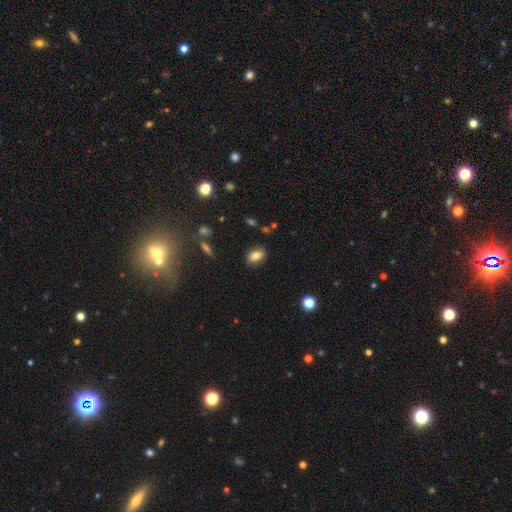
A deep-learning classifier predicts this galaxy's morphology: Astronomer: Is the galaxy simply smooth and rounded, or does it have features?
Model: smooth — 80%.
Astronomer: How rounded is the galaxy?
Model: in between — 82%.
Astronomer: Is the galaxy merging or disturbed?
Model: none — 85%.